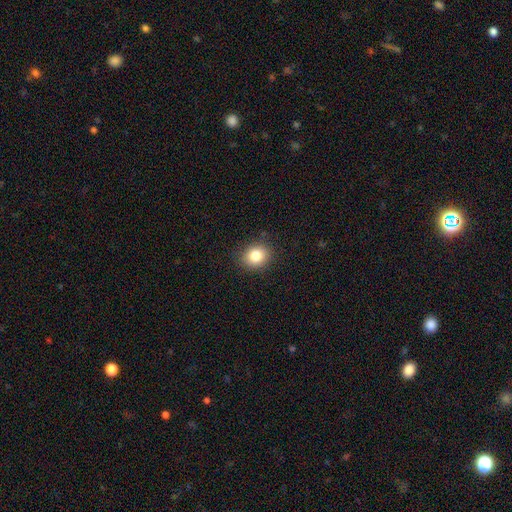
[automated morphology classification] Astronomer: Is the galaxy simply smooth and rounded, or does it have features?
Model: smooth — 83%.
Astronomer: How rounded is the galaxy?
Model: round — 62%.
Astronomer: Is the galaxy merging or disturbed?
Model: none — 88%.